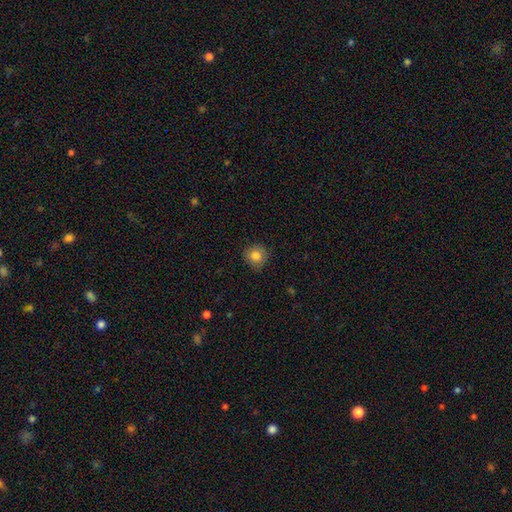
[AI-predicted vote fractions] smooth_or_featured: smooth (p=0.82) [alt: star or artifact p=0.10]
how_rounded: round (p=0.90) [alt: in between p=0.09]
merging: none (p=0.83) [alt: minor disturbance p=0.14]